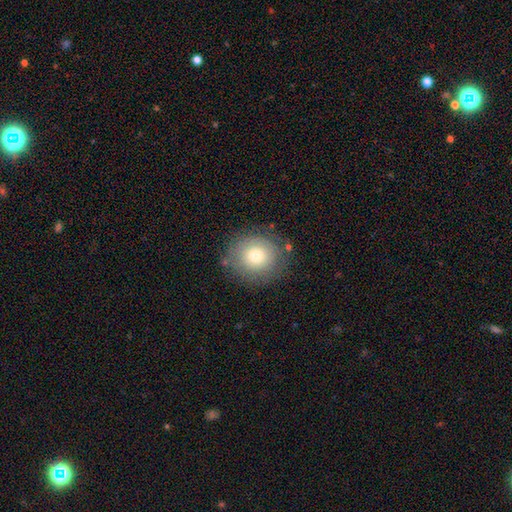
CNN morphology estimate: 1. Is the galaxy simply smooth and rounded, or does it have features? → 73% smooth, 17% featured or disk, 10% star or artifact.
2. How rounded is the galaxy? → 83% round, 16% in between, 1% cigar-shaped.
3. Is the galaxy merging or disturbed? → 79% none, 13% minor disturbance, 5% major disturbance, 2% merger.